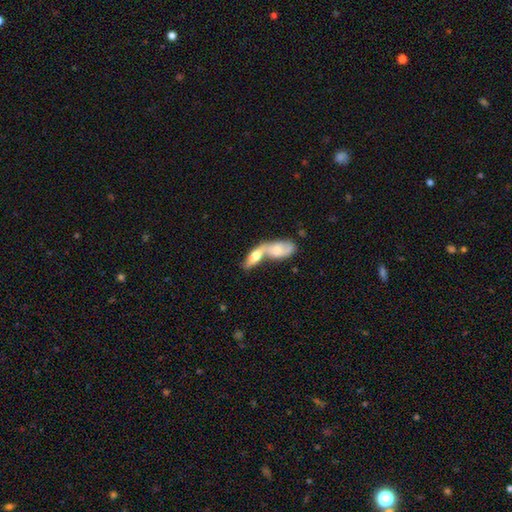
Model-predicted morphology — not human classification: Smooth or featured?
  - smooth: 57% *
  - featured or disk: 37%
  - star or artifact: 7%
How rounded?
  - in between: 72% *
  - cigar-shaped: 25%
  - round: 4%
Merging?
  - merger: 78% *
  - none: 13%
  - minor disturbance: 5%
  - major disturbance: 4%